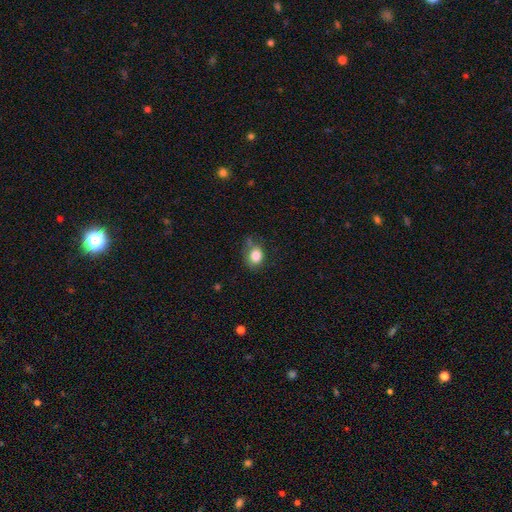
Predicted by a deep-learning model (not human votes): This is clearly a smooth galaxy (82%). How rounded: possibly in between (51%). Merging: possibly none (54%).